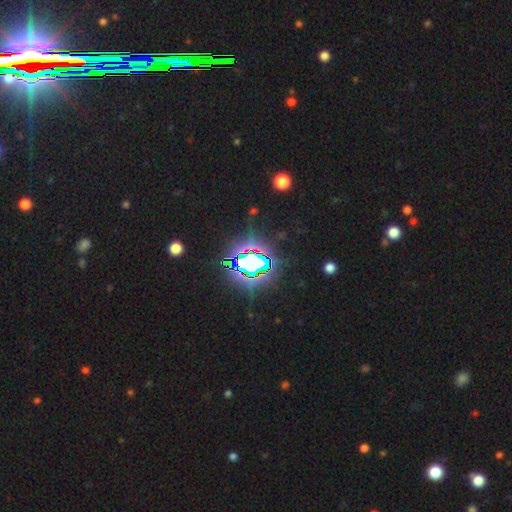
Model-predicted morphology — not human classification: This appears to be a star or artifact, not a galaxy (83%).